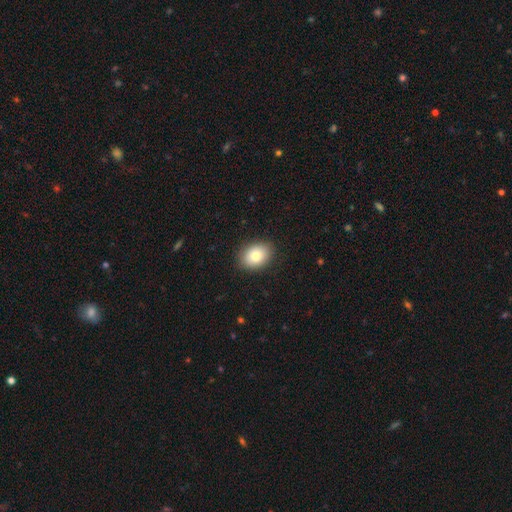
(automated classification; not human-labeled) A smooth galaxy with no disk features (81%) that is in between round and cigar-shaped (69%).

Vote fractions:
- Smooth or featured? smooth: 81% / featured or disk: 11% / star or artifact: 8%
- How rounded? in between: 69% / round: 30% / cigar-shaped: 1%
- Merging? none: 88% / minor disturbance: 8% / major disturbance: 2% / merger: 1%